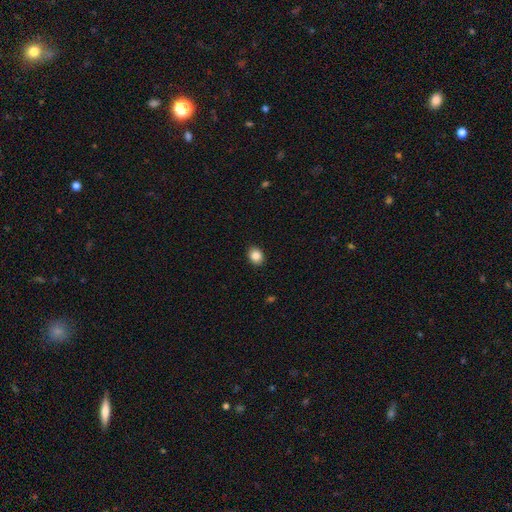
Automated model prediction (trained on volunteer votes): Smooth or featured? smooth (86%)
How rounded? round (50%)
Merging? none (90%)